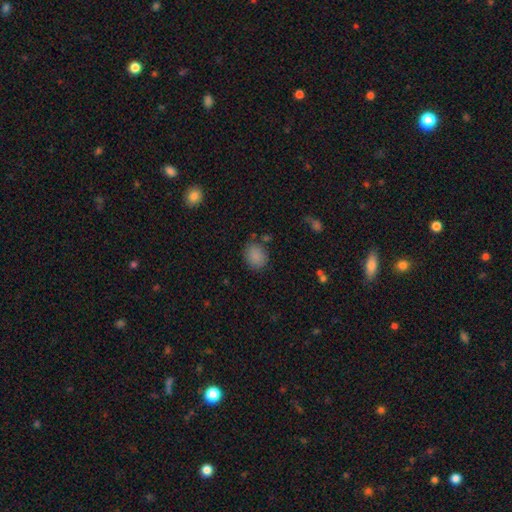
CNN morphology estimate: type=smooth (86%); roundness=round (57%); merging=none (80%).